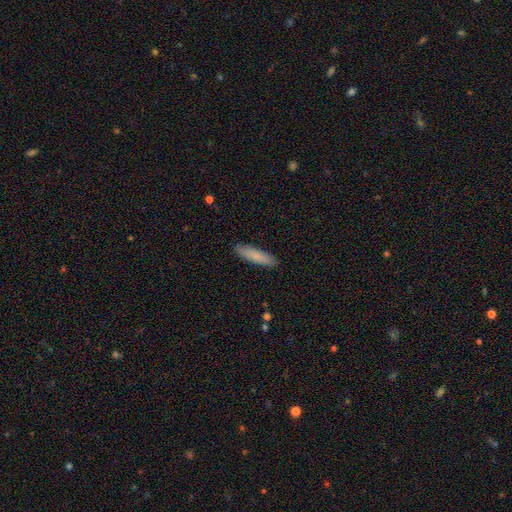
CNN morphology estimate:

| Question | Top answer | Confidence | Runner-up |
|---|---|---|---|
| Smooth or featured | smooth | 78% | featured or disk (16%) |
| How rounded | cigar-shaped | 78% | in between (20%) |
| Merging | none | 90% | minor disturbance (8%) |